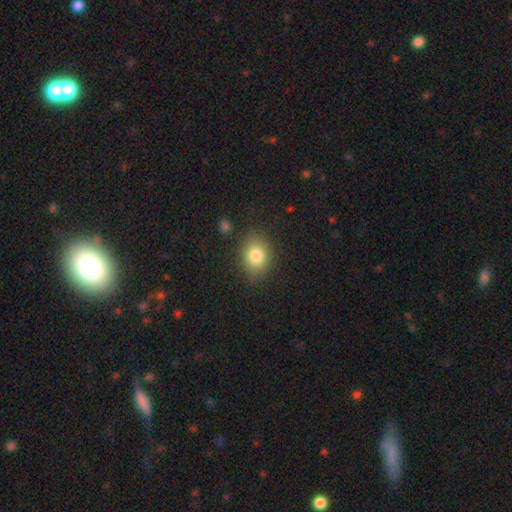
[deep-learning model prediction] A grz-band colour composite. It shows a smooth galaxy with no disk features (82%) that is in between round and cigar-shaped (54%). Merging: none (82%).